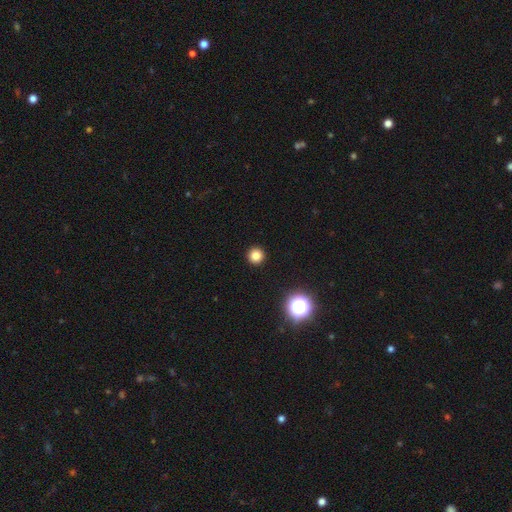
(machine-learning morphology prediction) type=smooth (82%); roundness=round (96%); merging=none (94%).